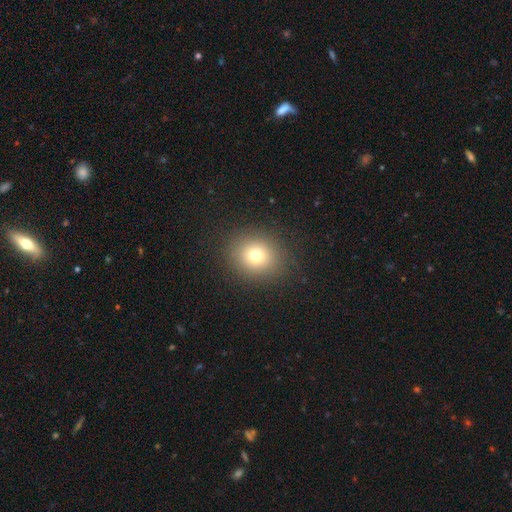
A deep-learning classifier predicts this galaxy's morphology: Overall: smooth (74%). How rounded: round (77%). Merging: none (88%).